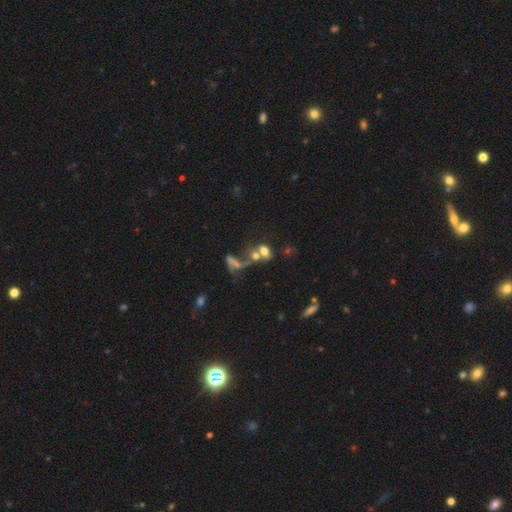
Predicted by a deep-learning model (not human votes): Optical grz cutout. It shows a smooth galaxy with no disk features (58%) that is in between round and cigar-shaped (61%). Merging: merger (55%).